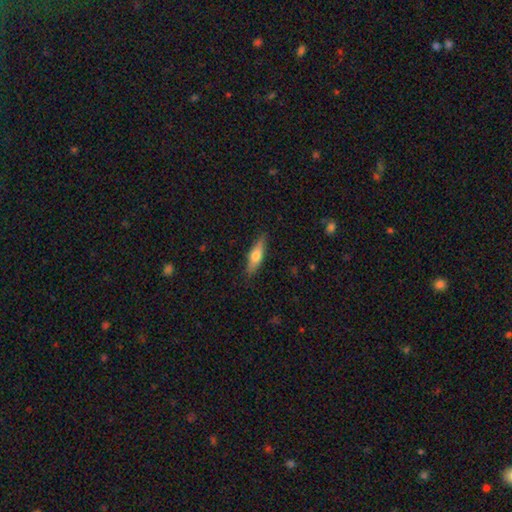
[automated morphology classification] Smooth or featured? smooth (60%)
How rounded? cigar-shaped (58%)
Merging? none (85%)